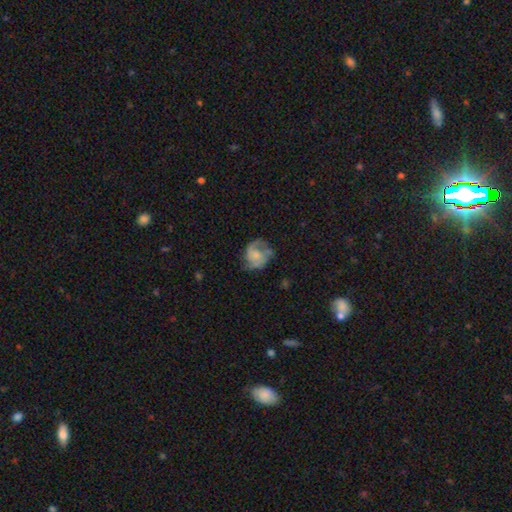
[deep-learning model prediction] A featured or disk galaxy (57%) with no bar (72%), spiral arms (77%) and a small central bulge (43%).

Vote fractions:
- Smooth or featured? featured or disk: 57% / smooth: 35% / star or artifact: 8%
- Edge-on disk? no: 98% / yes: 2%
- Bar? no: 72% / weak: 24% / strong: 4%
- Spiral arms? yes: 77% / no: 23%
- Bulge size? small: 43% / moderate: 34% / none: 16% / large: 5% / dominant: 1%
- Merging? none: 53% / minor disturbance: 26% / major disturbance: 19% / merger: 2%